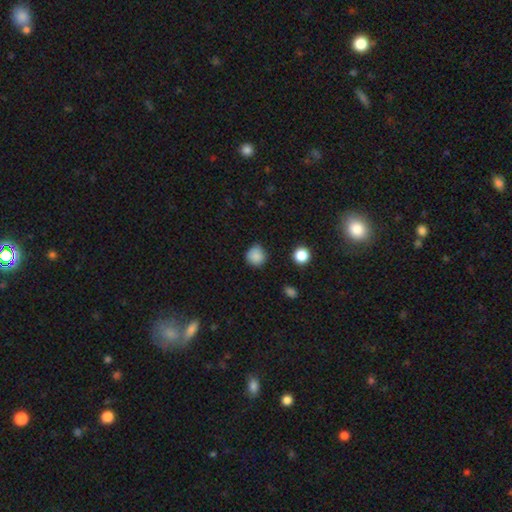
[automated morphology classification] smooth 85%, star or artifact 11%, featured or disk 4%. Down the decision tree: how rounded — round (91%); merging — none (80%).